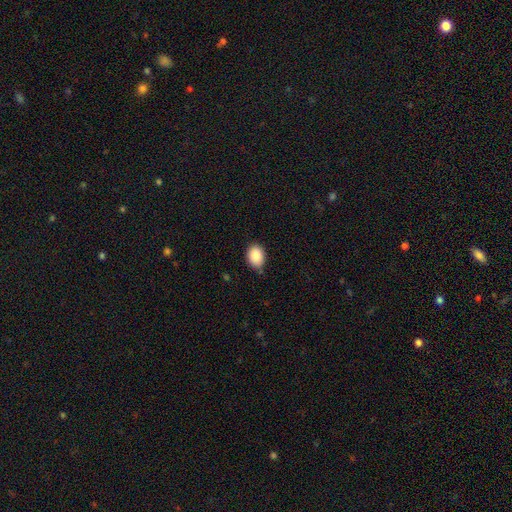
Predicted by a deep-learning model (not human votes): smooth-or-featured: smooth: 89% | star or artifact: 8% | featured or disk: 4%
  how-rounded: in between: 71% | round: 28% | cigar-shaped: 1%
  merging: none: 77% | minor disturbance: 19% | major disturbance: 3% | merger: 2%